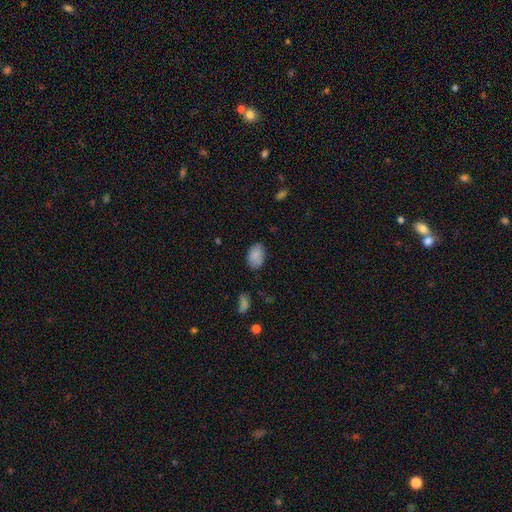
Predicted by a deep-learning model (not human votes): Overall: smooth (87%). How rounded: in between (86%). Merging: none (79%).